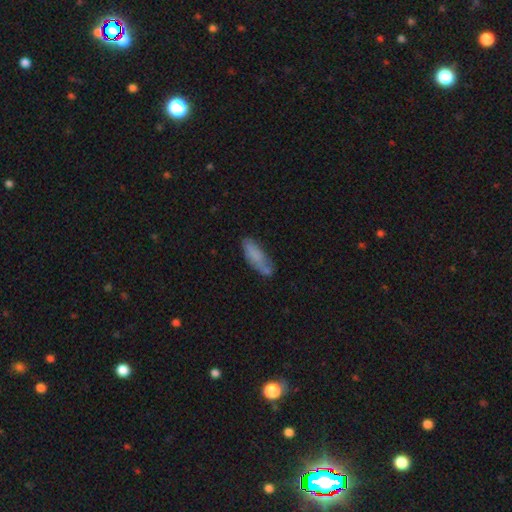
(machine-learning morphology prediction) smooth-or-featured: smooth: 76% | featured or disk: 16% | star or artifact: 8%
  how-rounded: in between: 52% | cigar-shaped: 46% | round: 2%
  merging: none: 58% | minor disturbance: 25% | merger: 9% | major disturbance: 8%